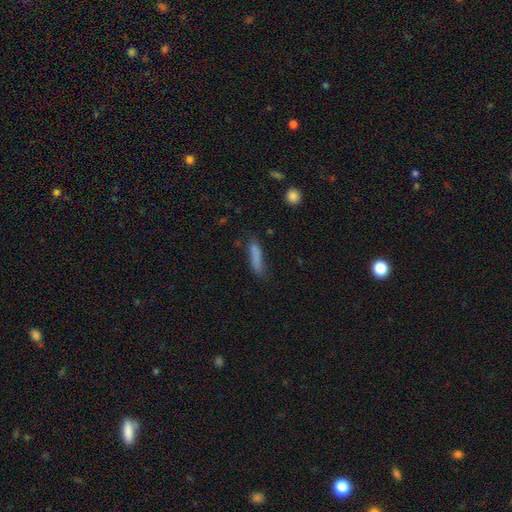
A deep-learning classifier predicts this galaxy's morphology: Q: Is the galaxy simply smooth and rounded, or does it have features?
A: smooth — 82%.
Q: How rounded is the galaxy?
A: cigar-shaped — 77%.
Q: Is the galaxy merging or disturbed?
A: none — 72%.